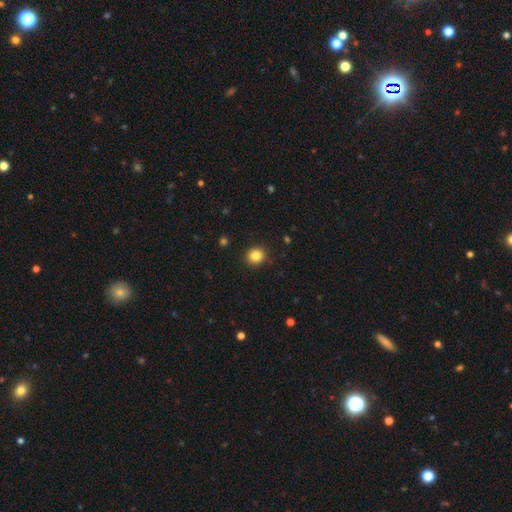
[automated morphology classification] Smooth or featured? Predicted: smooth (p=0.85). How rounded? Predicted: round (p=0.83). Merging? Predicted: none (p=0.90).